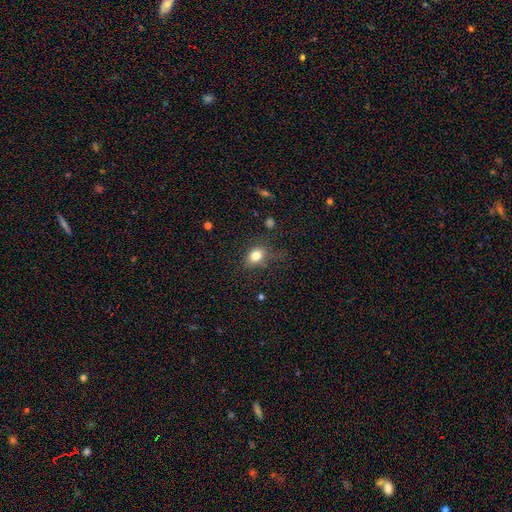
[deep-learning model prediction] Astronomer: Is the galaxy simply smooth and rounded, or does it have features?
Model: smooth — 80%.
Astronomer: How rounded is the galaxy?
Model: in between — 69%.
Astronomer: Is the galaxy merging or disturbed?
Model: none — 67%.